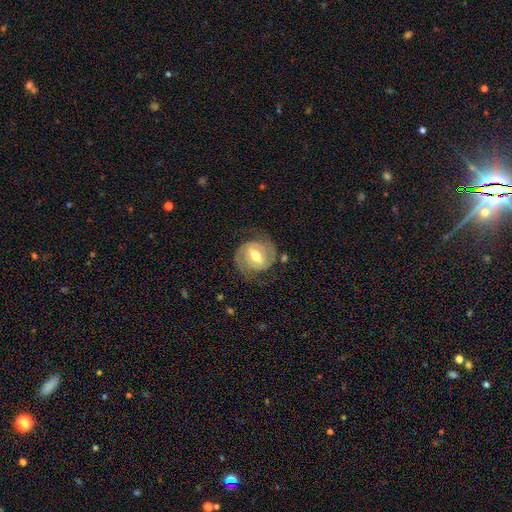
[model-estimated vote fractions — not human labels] smooth_or_featured: featured or disk (p=0.83) [alt: smooth p=0.12]
disk_edge_on: no (p=0.97) [alt: yes p=0.03]
bar: weak (p=0.47) [alt: strong p=0.40]
has_spiral_arms: yes (p=0.93) [alt: no p=0.07]
spiral_winding: tight (p=0.51) [alt: medium p=0.39]
spiral_arm_count: 2 (p=0.87) [alt: can't tell p=0.06]
bulge_size: moderate (p=0.75) [alt: small p=0.14]
merging: none (p=0.75) [alt: minor disturbance p=0.15]